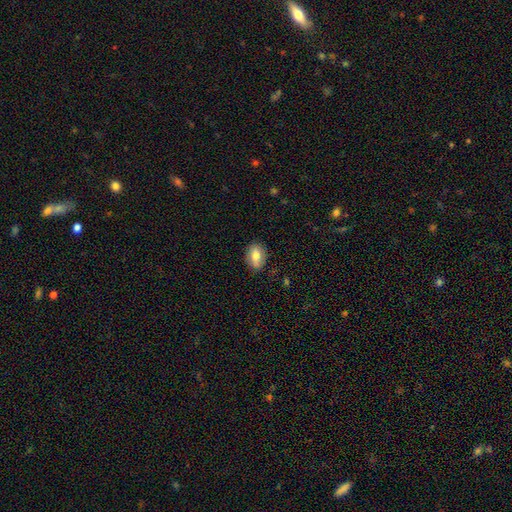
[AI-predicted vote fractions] Morphology: type=smooth (73%); roundness=in between (81%); merging=none (81%).